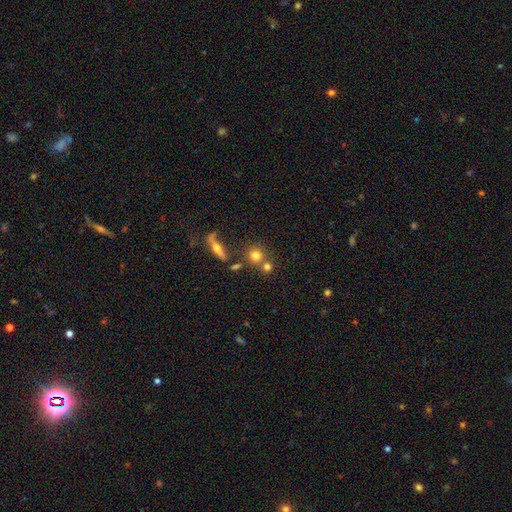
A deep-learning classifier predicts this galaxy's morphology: Smooth or featured? Predicted: smooth (p=0.72). How rounded? Predicted: round (p=0.87). Merging? Predicted: none (p=0.62).